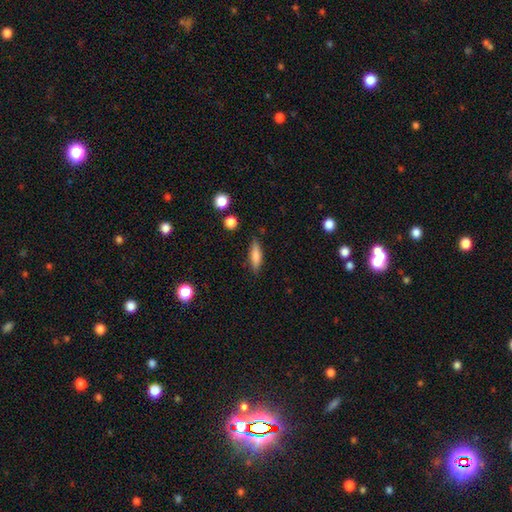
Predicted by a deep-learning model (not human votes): Smooth or featured: smooth — 73% (featured or disk — 19%)
How rounded: cigar-shaped — 55% (in between — 42%)
Merging: none — 83% (minor disturbance — 12%)